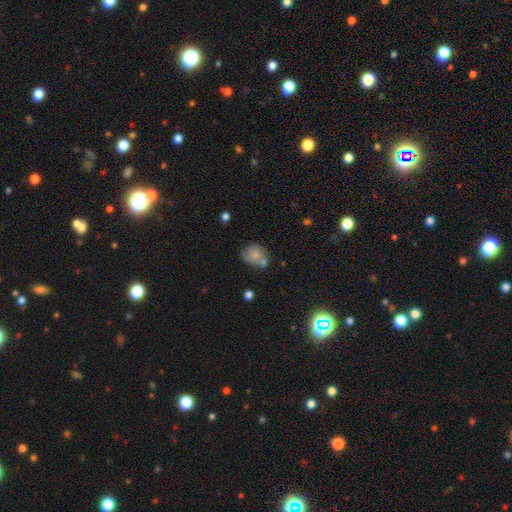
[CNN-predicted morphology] smooth 69%, featured or disk 22%, star or artifact 9%. Down the decision tree: how rounded — round (52%); merging — none (46%).